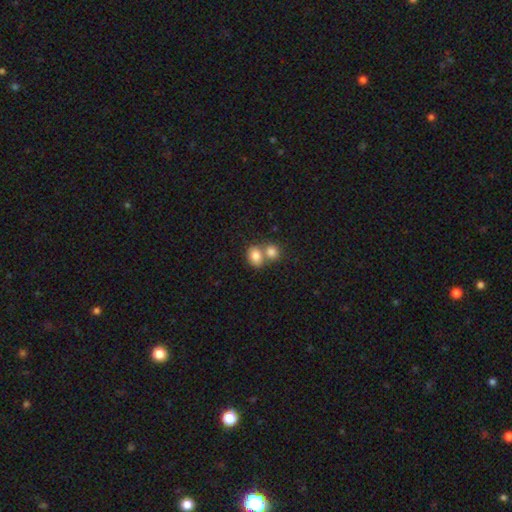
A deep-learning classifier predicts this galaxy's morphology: smooth-or-featured: smooth: 82% | featured or disk: 9% | star or artifact: 9%
  how-rounded: in between: 59% | round: 40% | cigar-shaped: 1%
  merging: merger: 53% | none: 36% | minor disturbance: 8% | major disturbance: 3%